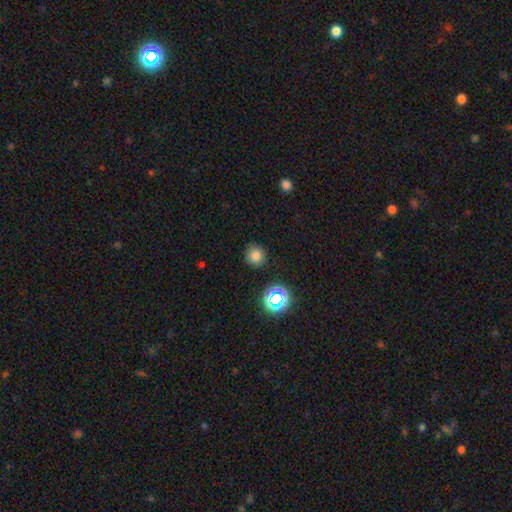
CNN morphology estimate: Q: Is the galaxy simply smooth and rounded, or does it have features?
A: smooth — 76%.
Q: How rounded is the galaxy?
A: round — 89%.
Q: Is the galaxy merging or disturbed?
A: none — 86%.